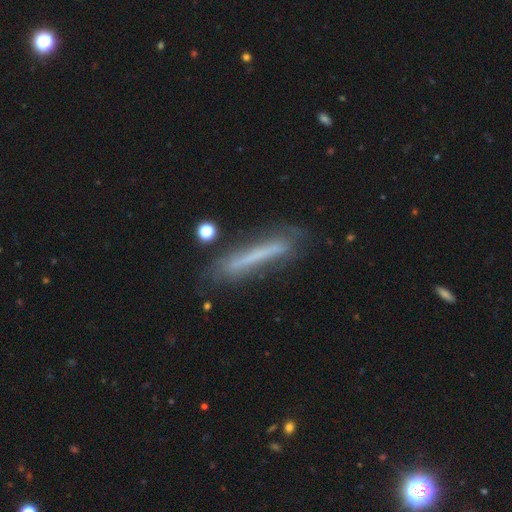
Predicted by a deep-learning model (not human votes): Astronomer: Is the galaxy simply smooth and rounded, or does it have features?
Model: smooth — 47% (runner-up: featured or disk, 44%).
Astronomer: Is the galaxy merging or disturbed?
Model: none — 67%.